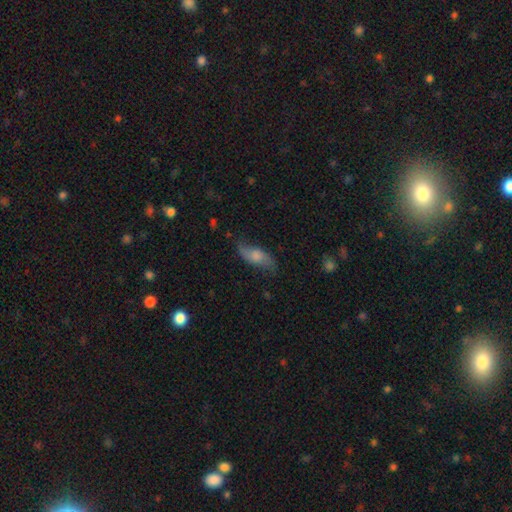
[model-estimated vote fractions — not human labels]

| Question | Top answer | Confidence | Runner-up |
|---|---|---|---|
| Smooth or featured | smooth | 48% | featured or disk (44%) |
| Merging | none | 67% | minor disturbance (23%) |